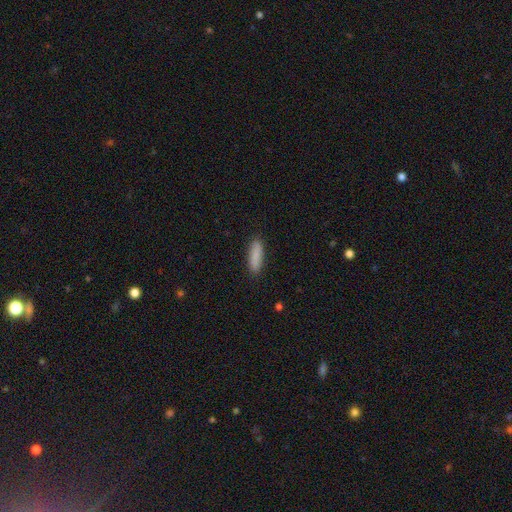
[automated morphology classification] smooth-or-featured: smooth: 88% | star or artifact: 6% | featured or disk: 6%
  how-rounded: cigar-shaped: 62% | in between: 36% | round: 2%
  merging: none: 89% | minor disturbance: 8% | major disturbance: 2% | merger: 1%